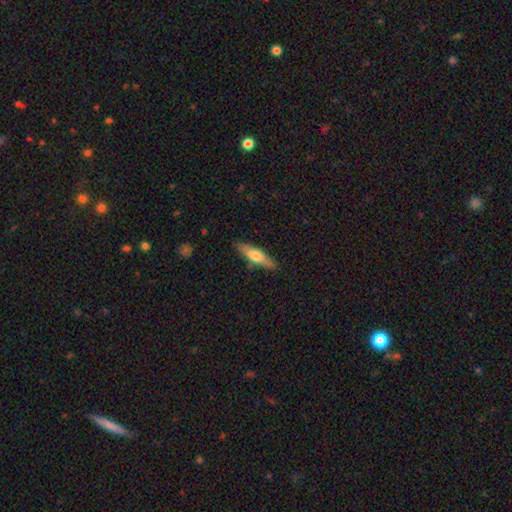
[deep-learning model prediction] smooth-or-featured: smooth: 58% | featured or disk: 36% | star or artifact: 6%
  how-rounded: cigar-shaped: 70% | in between: 28% | round: 2%
  merging: none: 85% | minor disturbance: 11% | major disturbance: 2% | merger: 1%